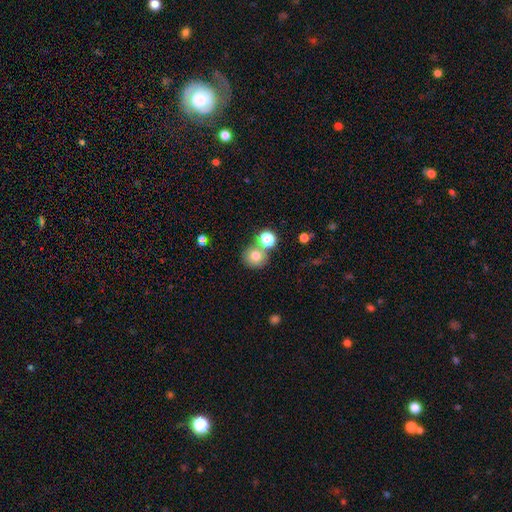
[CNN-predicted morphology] Smooth or featured? Predicted: smooth (p=0.76). How rounded? Predicted: round (p=0.81). Merging? Predicted: none (p=0.63).